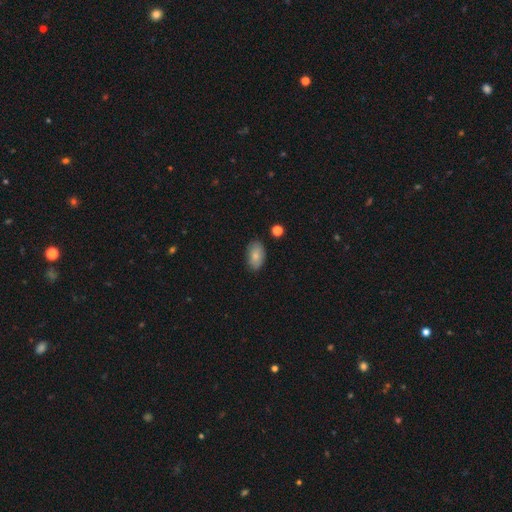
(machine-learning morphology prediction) Smooth or featured? Predicted: smooth (p=0.82). How rounded? Predicted: in between (p=0.92). Merging? Predicted: none (p=0.82).